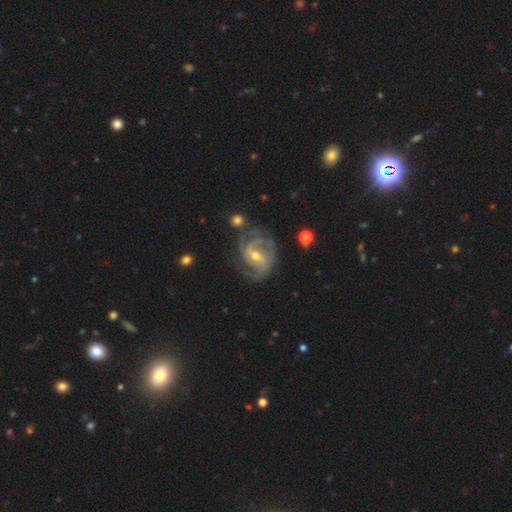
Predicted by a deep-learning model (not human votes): A featured or disk galaxy (88%) with a weak bar (49%), 2 (44%) medium (46%) spiral arms (96%) and a moderate central bulge (52%). Merging: none (63%).